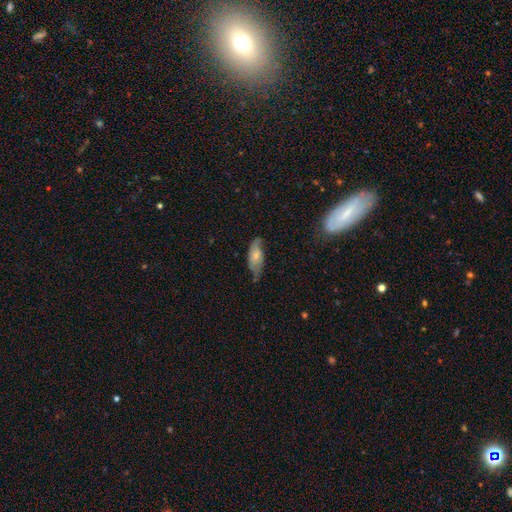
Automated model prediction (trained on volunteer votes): smooth_or_featured: smooth (p=0.56) [alt: featured or disk p=0.37]
how_rounded: in between (p=0.80) [alt: cigar-shaped p=0.17]
merging: none (p=0.54) [alt: minor disturbance p=0.34]